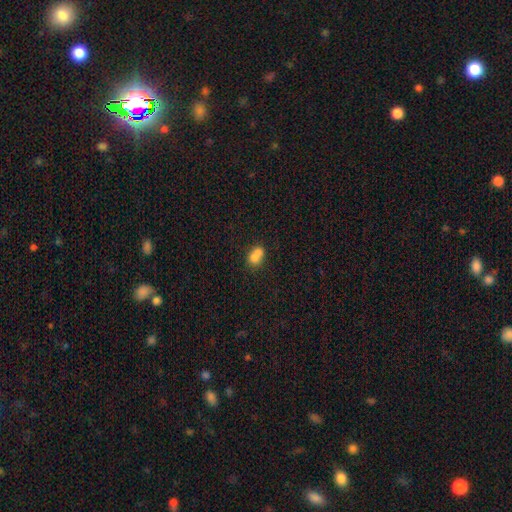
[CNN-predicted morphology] Smooth or featured?
  - smooth: 72% *
  - featured or disk: 17%
  - star or artifact: 10%
How rounded?
  - in between: 59% *
  - round: 39%
  - cigar-shaped: 2%
Merging?
  - merger: 58% *
  - none: 27%
  - minor disturbance: 10%
  - major disturbance: 4%